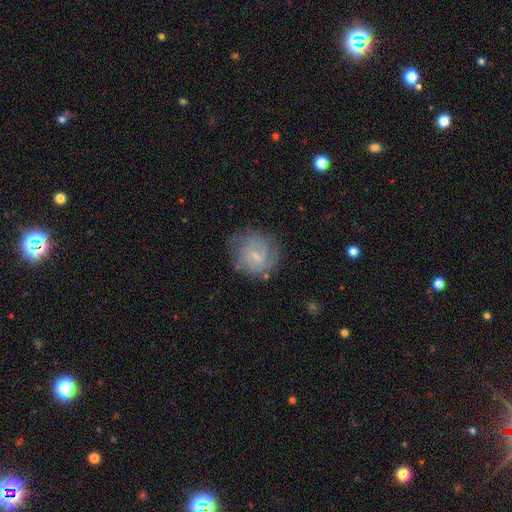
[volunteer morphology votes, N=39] A featured or disk galaxy (82%) with a weak bar (50%), 2 (43%) medium (50%) spiral arms (100%) and a small central bulge (67%). Merging: none (70%).